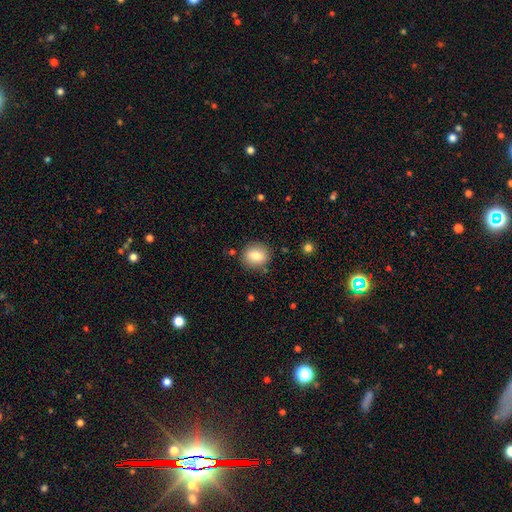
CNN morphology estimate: Overall: smooth (83%). How rounded: round (70%). Merging: none (85%).